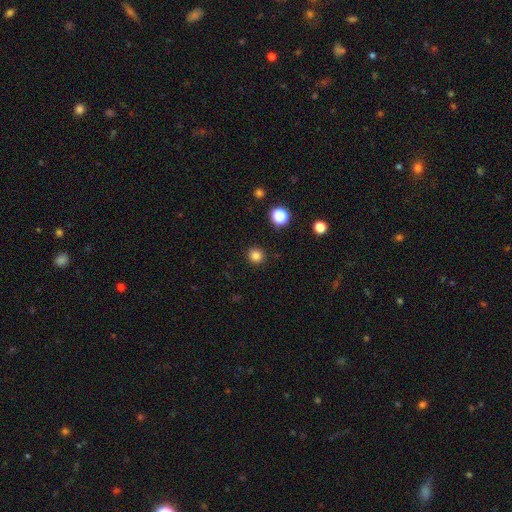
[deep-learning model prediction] smooth_or_featured: smooth (p=0.83) [alt: star or artifact p=0.13]
how_rounded: round (p=0.93) [alt: in between p=0.06]
merging: none (p=0.92) [alt: minor disturbance p=0.05]